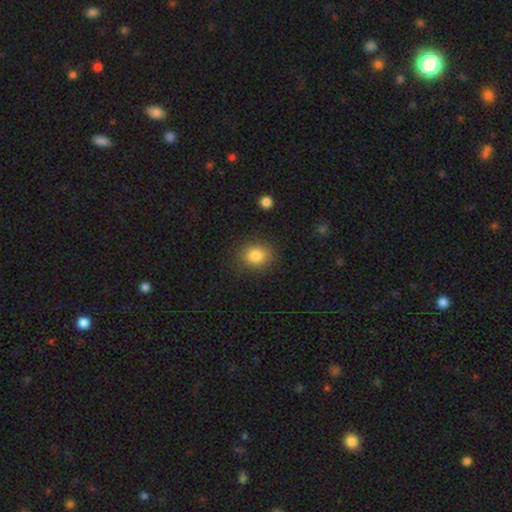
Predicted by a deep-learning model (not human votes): Smooth or featured: smooth — 84% (star or artifact — 10%)
How rounded: round — 65% (in between — 34%)
Merging: none — 84% (minor disturbance — 11%)